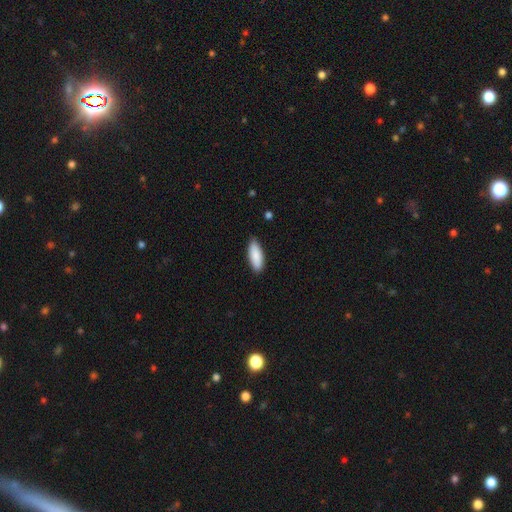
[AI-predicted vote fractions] Q: Smooth or featured?
A: smooth (88%); runner-up: featured or disk (6%)
Q: How rounded?
A: in between (71%); runner-up: cigar-shaped (27%)
Q: Merging?
A: none (86%); runner-up: minor disturbance (11%)